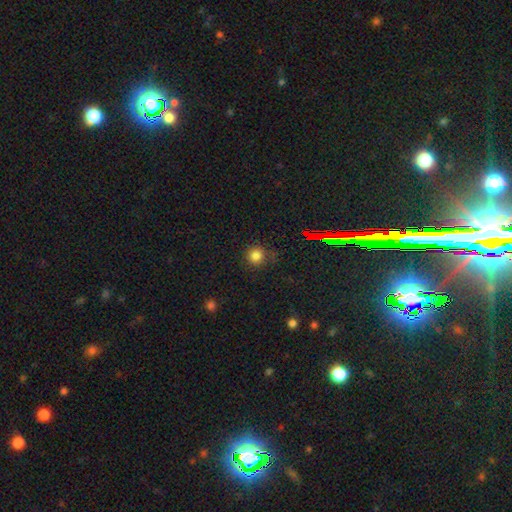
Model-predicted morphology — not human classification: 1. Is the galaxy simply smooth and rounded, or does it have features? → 80% smooth, 15% star or artifact, 5% featured or disk.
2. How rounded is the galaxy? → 93% round, 6% in between, 1% cigar-shaped.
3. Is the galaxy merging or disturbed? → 82% none, 12% minor disturbance, 4% major disturbance, 2% merger.